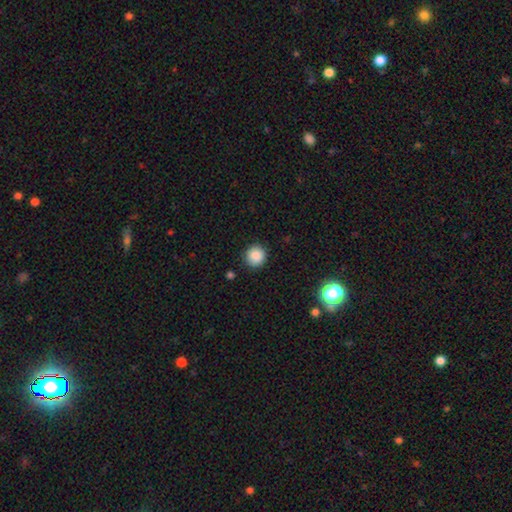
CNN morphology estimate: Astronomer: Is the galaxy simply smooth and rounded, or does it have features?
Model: smooth — 87%.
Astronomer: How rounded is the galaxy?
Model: round — 92%.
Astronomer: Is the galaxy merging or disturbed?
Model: none — 89%.